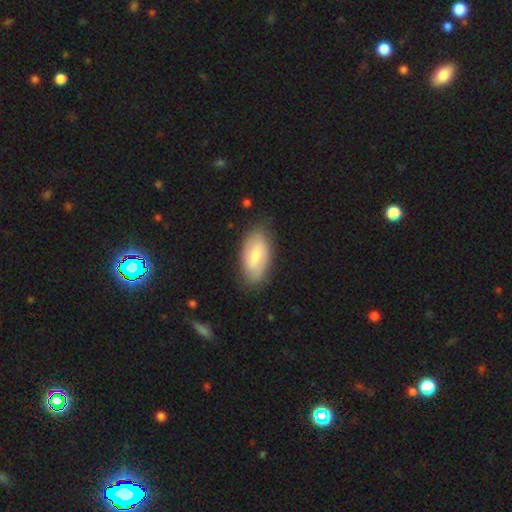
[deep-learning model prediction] smooth_or_featured: smooth (p=0.64) [alt: featured or disk p=0.30]
how_rounded: in between (p=0.93) [alt: cigar-shaped p=0.04]
merging: none (p=0.78) [alt: minor disturbance p=0.16]